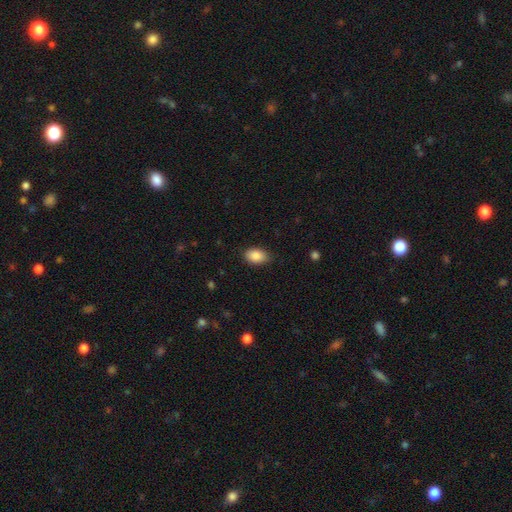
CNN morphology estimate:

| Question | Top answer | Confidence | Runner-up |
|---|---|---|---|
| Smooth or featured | smooth | 88% | star or artifact (7%) |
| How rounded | in between | 89% | round (10%) |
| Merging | none | 82% | minor disturbance (14%) |